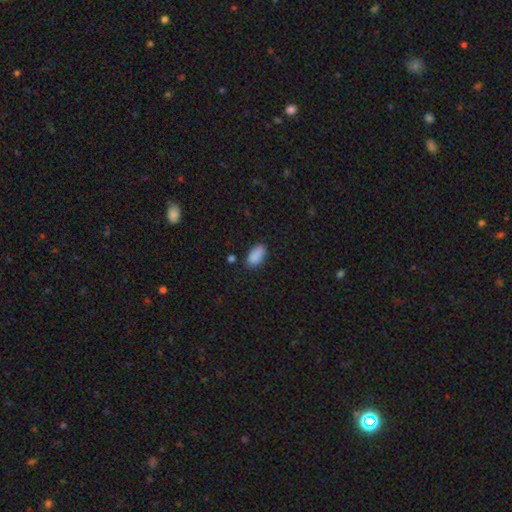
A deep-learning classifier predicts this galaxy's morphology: Smooth or featured? Predicted: smooth (p=0.89). How rounded? Predicted: in between (p=0.93). Merging? Predicted: none (p=0.82).